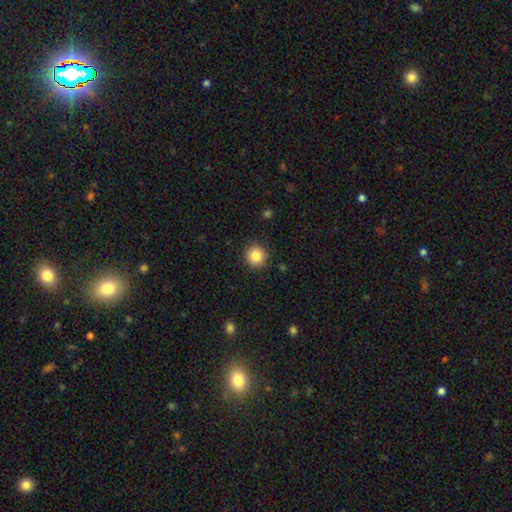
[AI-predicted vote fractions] Q: Smooth or featured?
A: smooth (85%); runner-up: star or artifact (10%)
Q: How rounded?
A: round (92%); runner-up: in between (7%)
Q: Merging?
A: none (90%); runner-up: minor disturbance (6%)